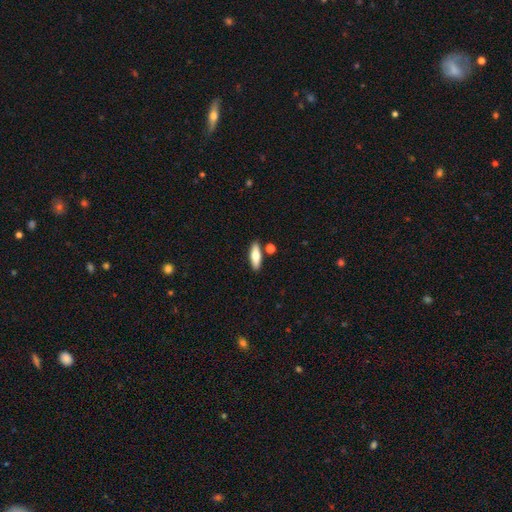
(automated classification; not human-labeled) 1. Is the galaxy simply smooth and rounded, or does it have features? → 69% smooth, 25% featured or disk, 6% star or artifact.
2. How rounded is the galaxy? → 51% in between, 46% cigar-shaped, 3% round.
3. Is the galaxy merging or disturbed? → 82% none, 9% minor disturbance, 7% merger, 2% major disturbance.